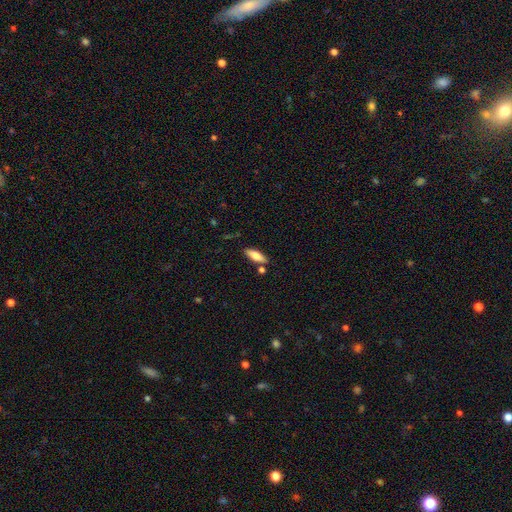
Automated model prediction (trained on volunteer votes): Smooth or featured? Predicted: smooth (p=0.69). How rounded? Predicted: in between (p=0.56). Merging? Predicted: none (p=0.80).